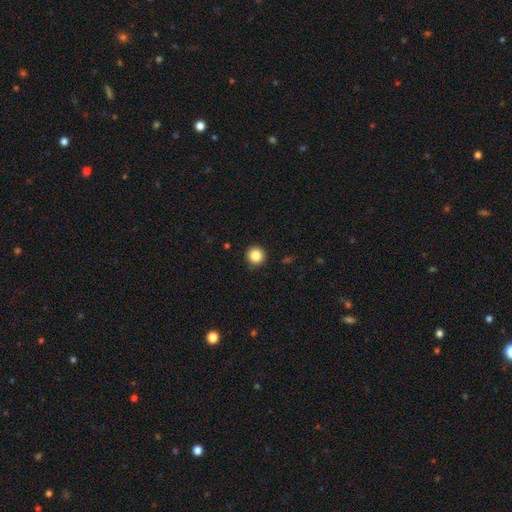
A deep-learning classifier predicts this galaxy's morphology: type=smooth (86%); roundness=round (96%); merging=none (92%).